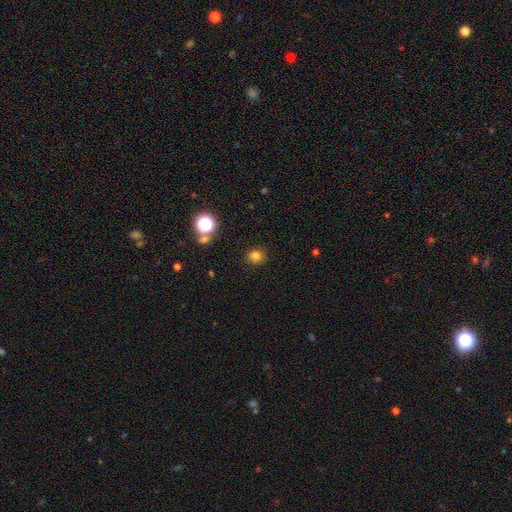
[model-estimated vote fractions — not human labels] This appears to be a smooth galaxy with no disk features (78%) that is round (84%). Merging: none (89%).